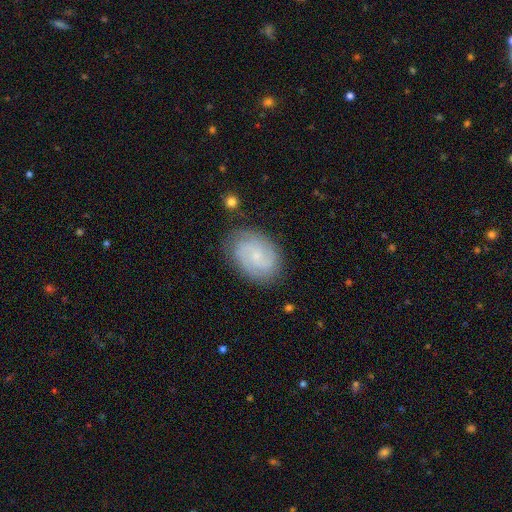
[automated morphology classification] Smooth or featured?
  - featured or disk: 73% *
  - smooth: 19%
  - star or artifact: 8%
Edge-on disk?
  - no: 97% *
  - yes: 3%
Bar?
  - no: 66% *
  - weak: 30%
  - strong: 4%
Spiral arms?
  - yes: 95% *
  - no: 5%
Spiral winding?
  - tight: 57% *
  - medium: 34%
  - loose: 9%
Spiral arm count?
  - 2: 42% *
  - can't tell: 22%
  - 3: 21%
  - 4: 7%
  - 1: 4%
  - more than 4: 4%
Bulge size?
  - small: 77% *
  - moderate: 15%
  - none: 6%
  - large: 1%
  - dominant: 1%
Merging?
  - none: 81% *
  - minor disturbance: 13%
  - major disturbance: 4%
  - merger: 2%